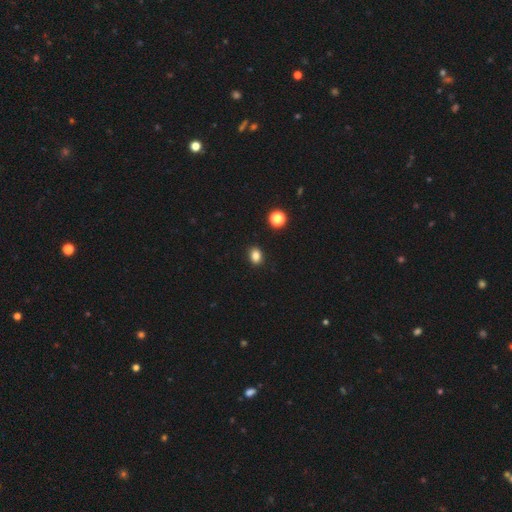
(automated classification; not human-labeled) Q: Smooth or featured?
A: smooth (84%); runner-up: star or artifact (12%)
Q: How rounded?
A: in between (64%); runner-up: round (35%)
Q: Merging?
A: none (89%); runner-up: minor disturbance (7%)